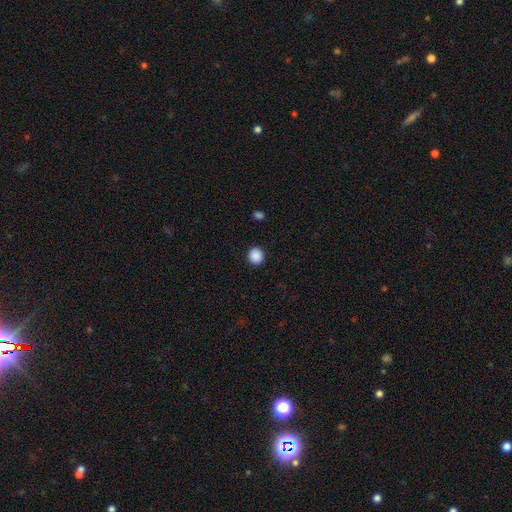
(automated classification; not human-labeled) Overall: smooth (89%). How rounded: round (88%). Merging: none (92%).